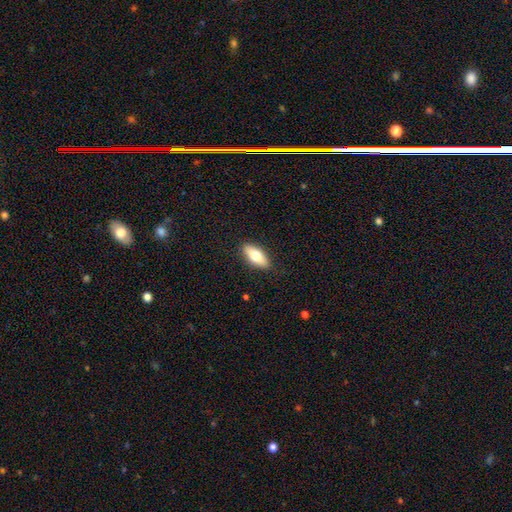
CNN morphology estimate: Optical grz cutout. It shows a smooth galaxy with no disk features (72%) that is in between round and cigar-shaped (80%). Merging: none (89%).